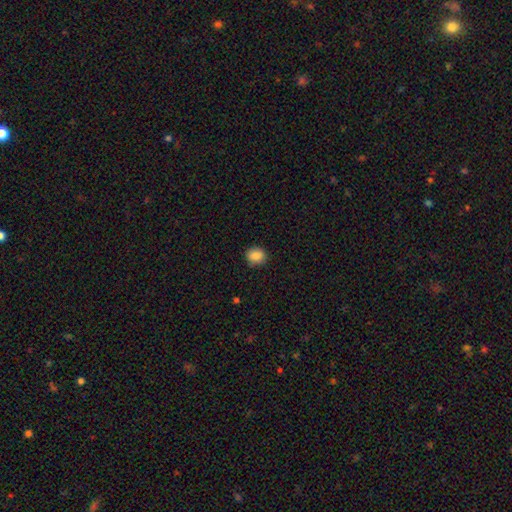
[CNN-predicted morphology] smooth 86%, star or artifact 9%, featured or disk 5%. Down the decision tree: how rounded — round (78%); merging — none (88%).